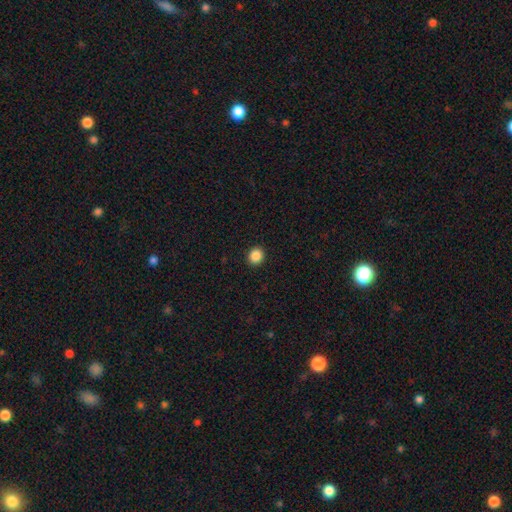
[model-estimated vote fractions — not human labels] Smooth or featured? smooth (87%)
How rounded? round (80%)
Merging? none (92%)